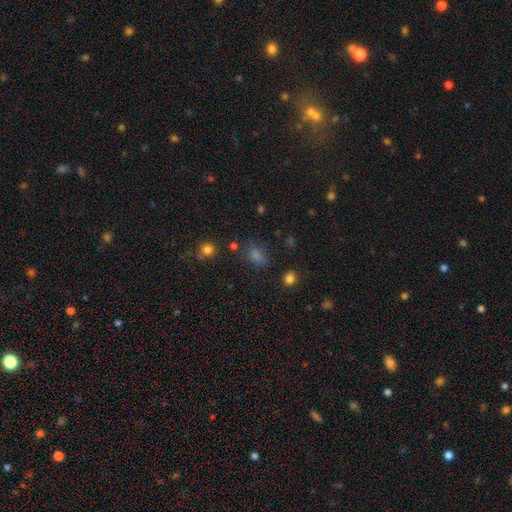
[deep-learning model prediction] smooth_or_featured: smooth (p=0.61) [alt: star or artifact p=0.32]
how_rounded: in between (p=0.64) [alt: round p=0.34]
merging: none (p=0.75) [alt: minor disturbance p=0.14]